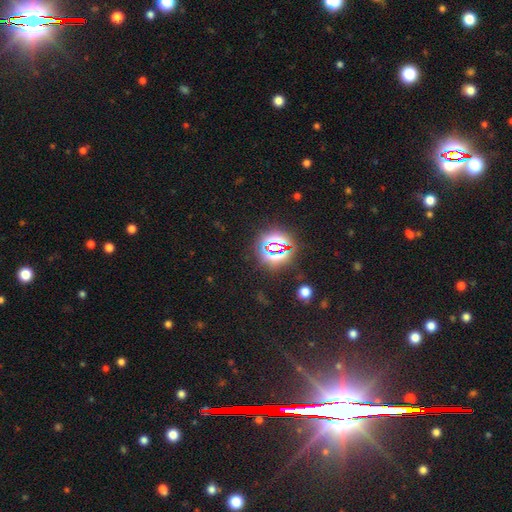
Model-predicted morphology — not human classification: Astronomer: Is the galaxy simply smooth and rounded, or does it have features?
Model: star or artifact — 79%.